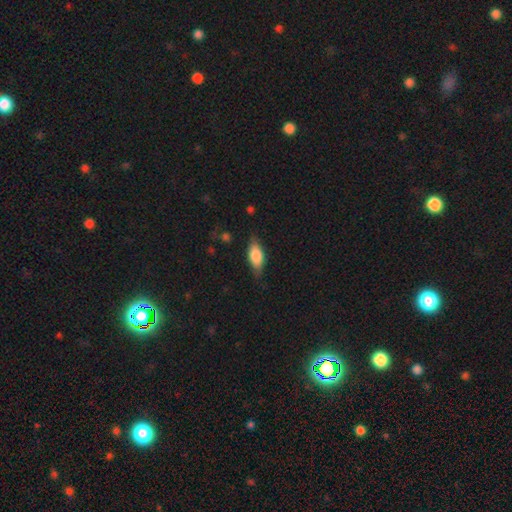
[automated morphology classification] A smooth galaxy with no disk features (76%) that is in between round and cigar-shaped (83%). Merging: none (73%).